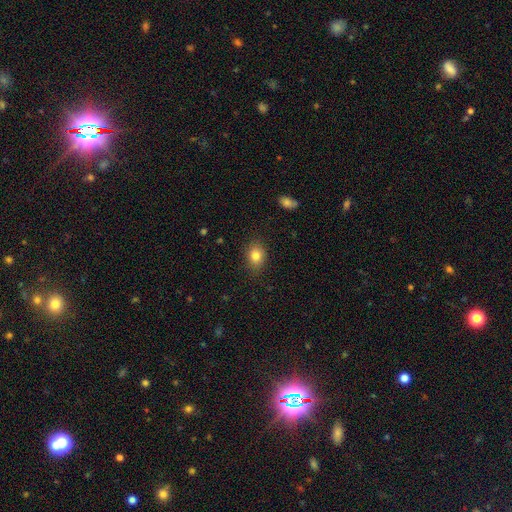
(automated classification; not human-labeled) Morphology: type=smooth (82%); roundness=in between (63%); merging=none (85%).